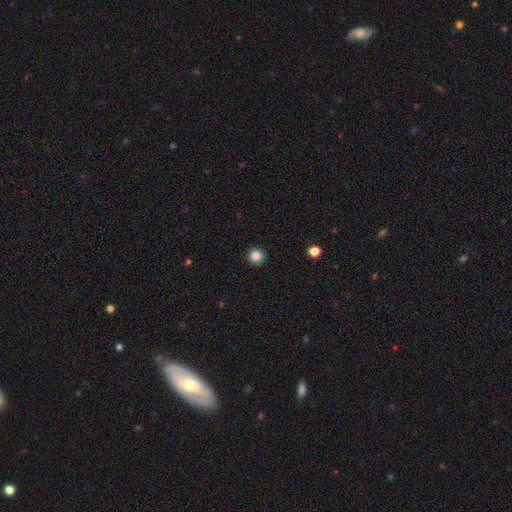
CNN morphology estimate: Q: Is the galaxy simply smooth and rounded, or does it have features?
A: smooth — 85%.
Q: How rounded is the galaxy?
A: round — 95%.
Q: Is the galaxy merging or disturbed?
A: none — 92%.